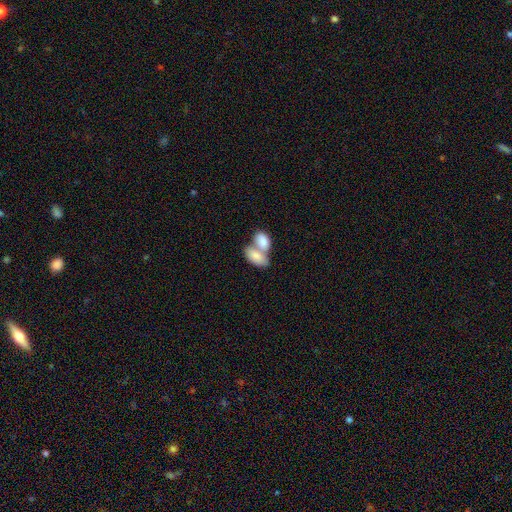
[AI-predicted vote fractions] Smooth or featured?
  - smooth: 80% *
  - featured or disk: 14%
  - star or artifact: 6%
How rounded?
  - in between: 93% *
  - round: 5%
  - cigar-shaped: 3%
Merging?
  - merger: 72% *
  - none: 19%
  - minor disturbance: 6%
  - major disturbance: 3%